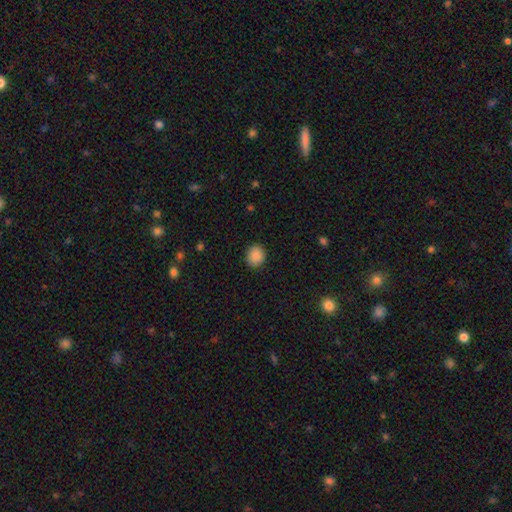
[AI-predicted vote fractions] Overall: smooth (88%). How rounded: round (71%). Merging: none (90%).